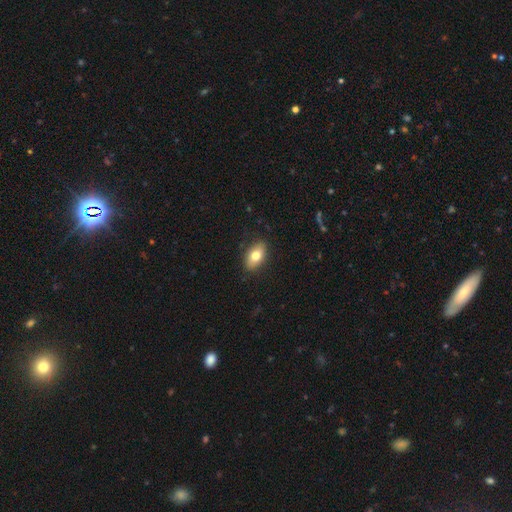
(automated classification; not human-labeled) Morphology: type=smooth (76%); roundness=in between (89%); merging=none (86%).